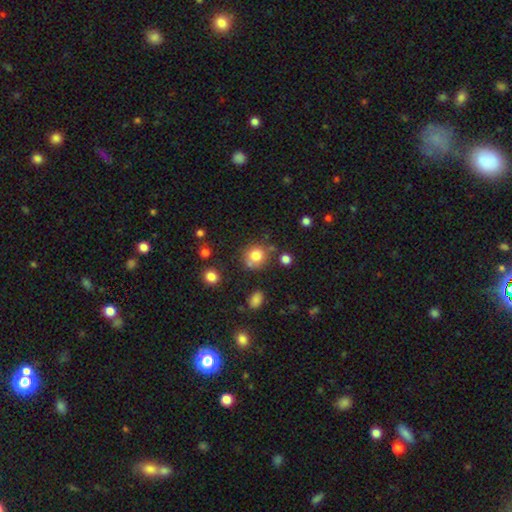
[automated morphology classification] Smooth or featured: smooth — 79% (star or artifact — 12%)
How rounded: round — 82% (in between — 17%)
Merging: none — 65% (minor disturbance — 16%)